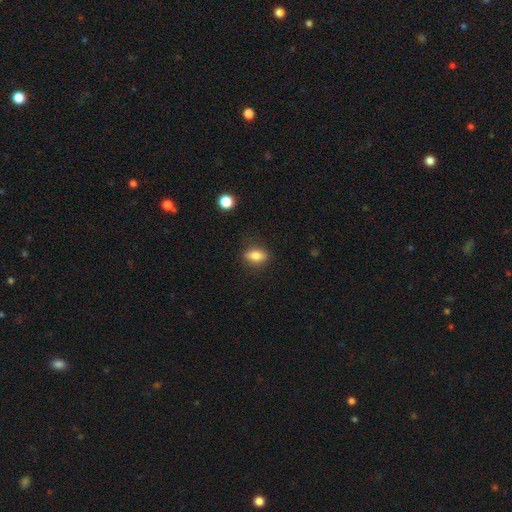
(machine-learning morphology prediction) Smooth or featured: smooth — 77% (featured or disk — 14%)
How rounded: in between — 76% (round — 13%)
Merging: none — 84% (minor disturbance — 12%)